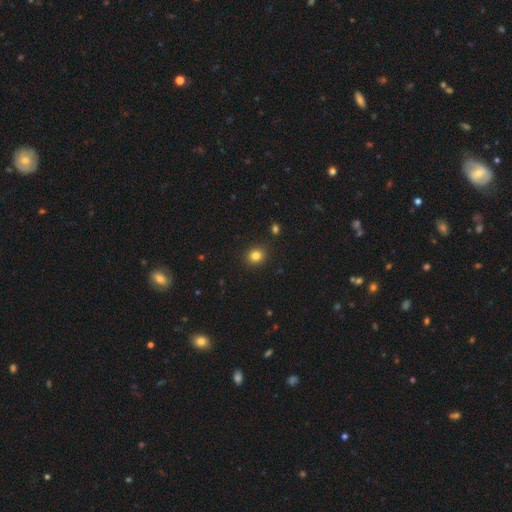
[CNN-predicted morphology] Smooth or featured? Predicted: smooth (p=0.82). How rounded? Predicted: round (p=0.75). Merging? Predicted: none (p=0.90).